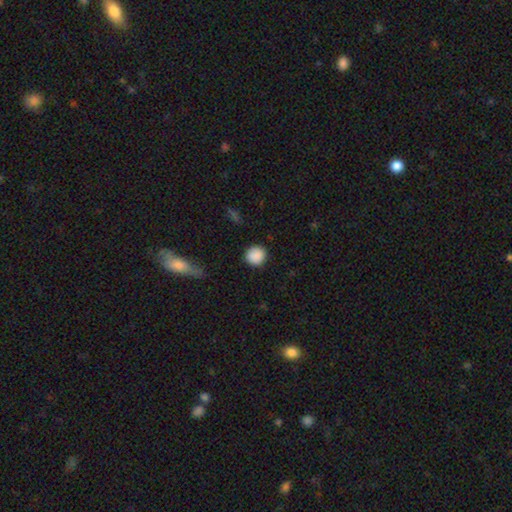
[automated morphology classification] This is clearly a smooth galaxy (89%). How rounded: clearly round (90%). Merging: clearly none (87%).